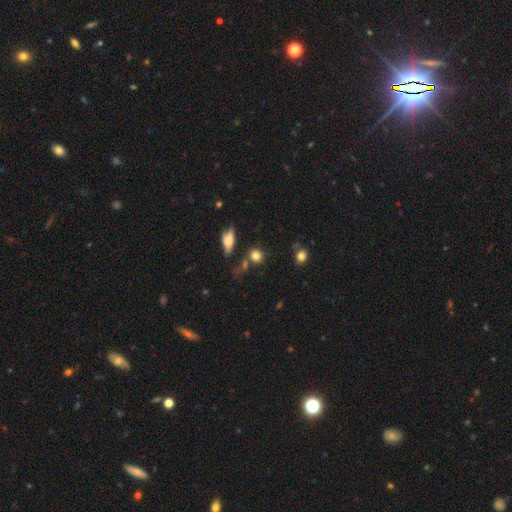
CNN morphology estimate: Smooth or featured: smooth — 77% (star or artifact — 13%)
How rounded: round — 78% (in between — 19%)
Merging: none — 68% (minor disturbance — 14%)